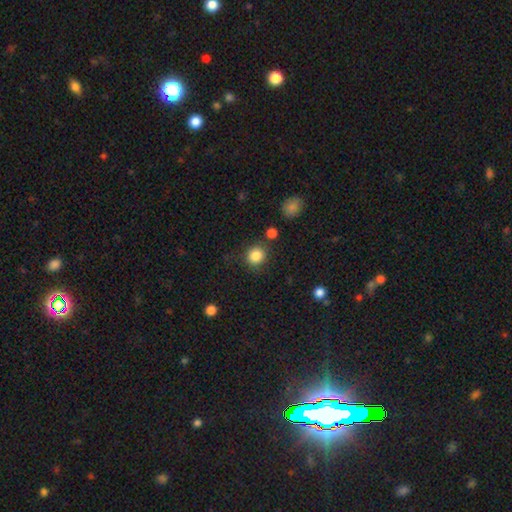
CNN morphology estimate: A smooth galaxy with no disk features (85%) that is round (86%). Merging: none (81%).